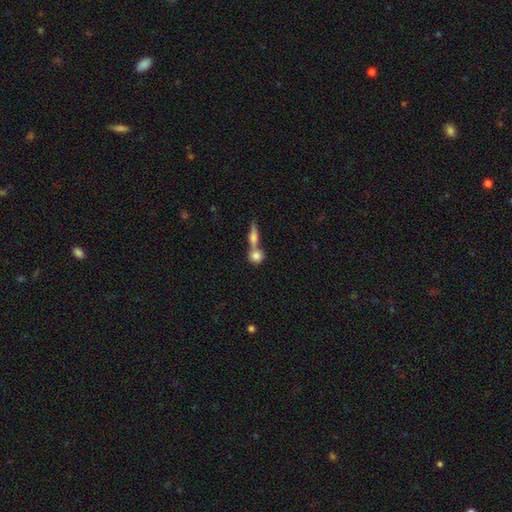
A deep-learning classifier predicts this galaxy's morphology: smooth-or-featured: smooth: 77% | featured or disk: 15% | star or artifact: 8%
  how-rounded: round: 71% | in between: 22% | cigar-shaped: 7%
  merging: merger: 50% | none: 39% | minor disturbance: 7% | major disturbance: 3%